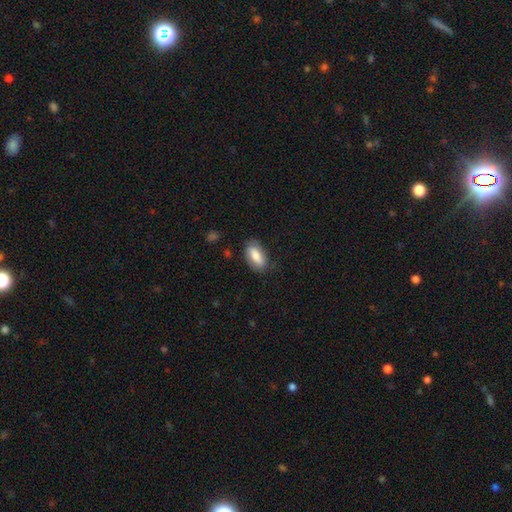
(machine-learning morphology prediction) type=smooth (73%); roundness=in between (90%); merging=none (75%).